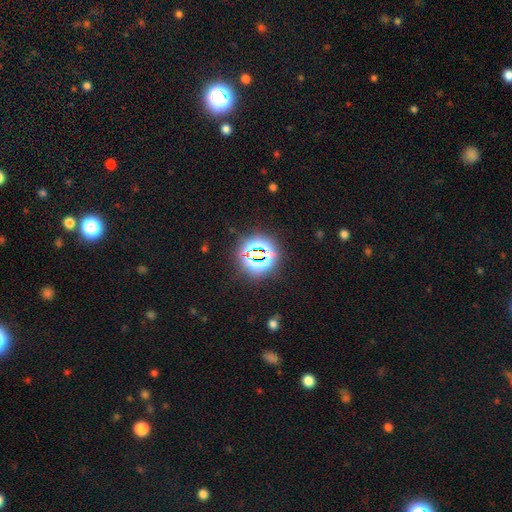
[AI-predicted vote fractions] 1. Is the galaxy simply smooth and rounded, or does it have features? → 75% star or artifact, 17% smooth, 9% featured or disk.